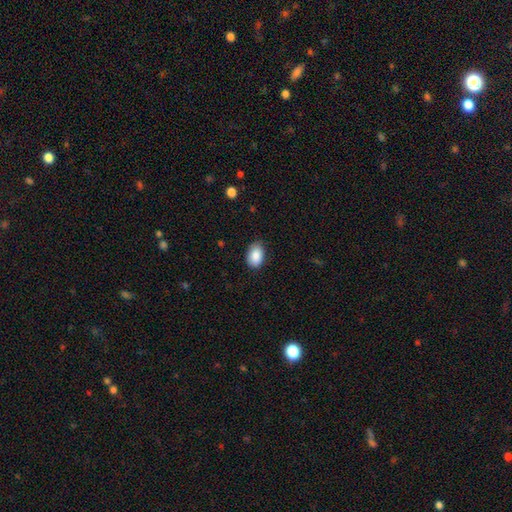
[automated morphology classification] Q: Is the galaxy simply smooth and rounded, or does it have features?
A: smooth — 87%.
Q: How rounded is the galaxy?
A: in between — 87%.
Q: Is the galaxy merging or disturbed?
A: none — 80%.